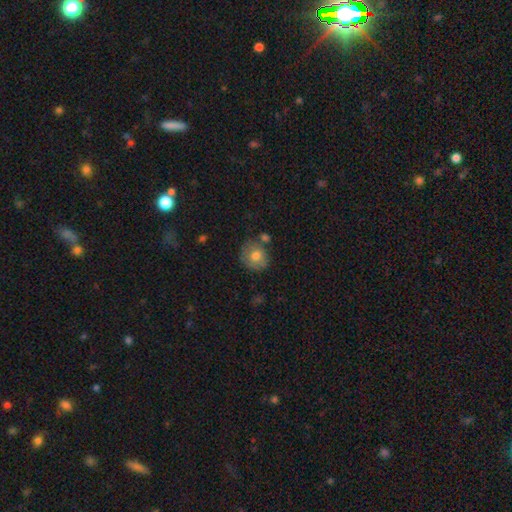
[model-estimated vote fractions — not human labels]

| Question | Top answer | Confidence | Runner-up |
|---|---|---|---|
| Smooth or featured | smooth | 75% | featured or disk (17%) |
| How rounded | round | 82% | in between (17%) |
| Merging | none | 66% | minor disturbance (18%) |